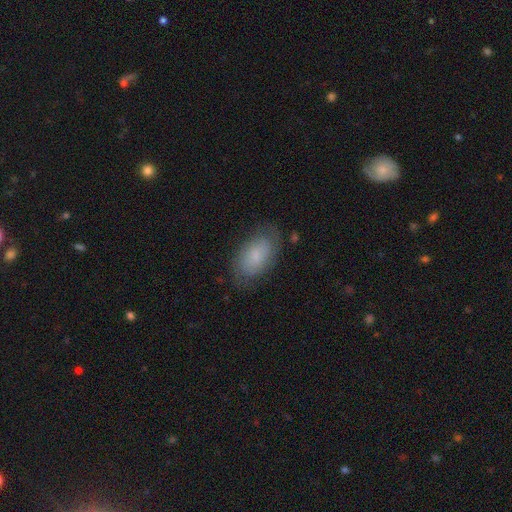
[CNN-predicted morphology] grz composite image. It shows a smooth galaxy with no disk features (58%) that is in between round and cigar-shaped (92%). Merging: none (74%).